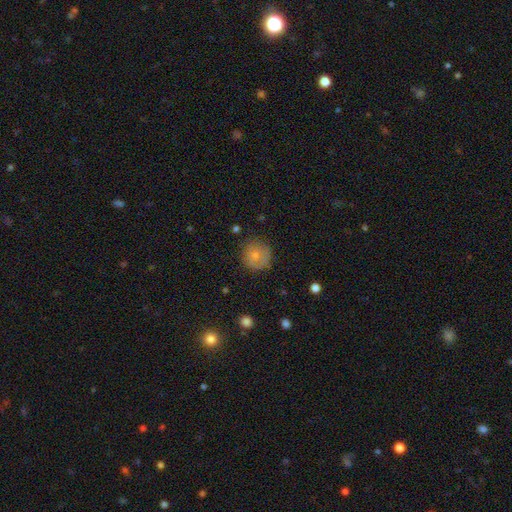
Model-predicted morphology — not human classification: smooth_or_featured: smooth (p=0.74) [alt: featured or disk p=0.17]
how_rounded: round (p=0.91) [alt: in between p=0.08]
merging: none (p=0.75) [alt: minor disturbance p=0.18]